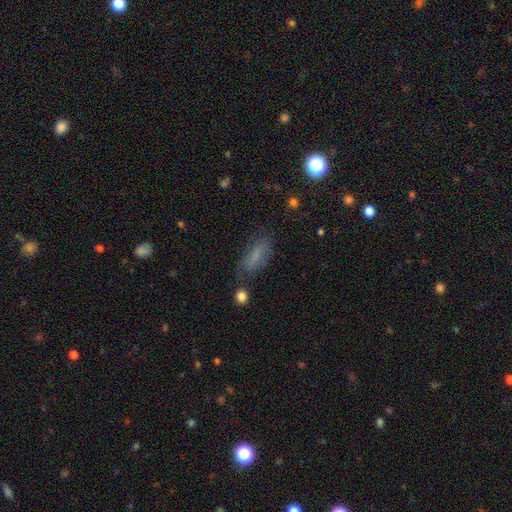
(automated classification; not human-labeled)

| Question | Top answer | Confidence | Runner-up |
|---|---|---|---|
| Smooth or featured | smooth | 66% | featured or disk (20%) |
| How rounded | in between | 70% | cigar-shaped (26%) |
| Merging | none | 69% | minor disturbance (20%) |